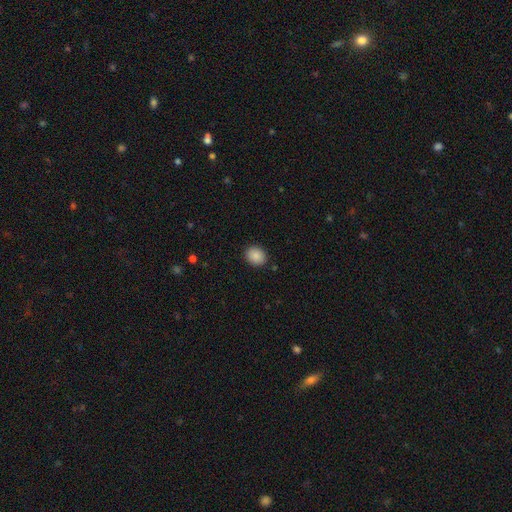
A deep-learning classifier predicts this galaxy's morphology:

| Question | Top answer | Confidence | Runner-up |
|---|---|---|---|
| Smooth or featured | smooth | 88% | star or artifact (8%) |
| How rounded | round | 61% | in between (38%) |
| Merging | none | 89% | minor disturbance (8%) |